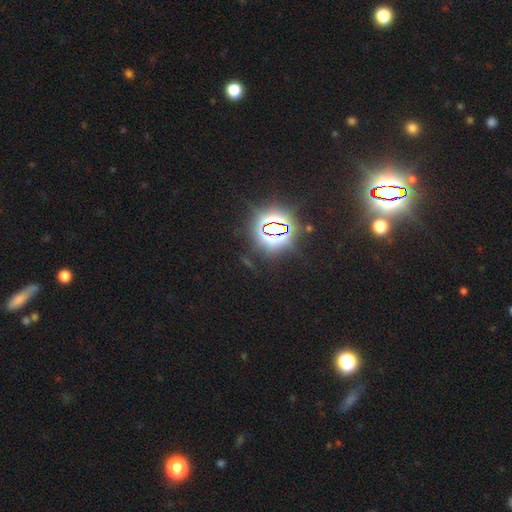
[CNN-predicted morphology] Smooth or featured: star or artifact — 83% (smooth — 11%)